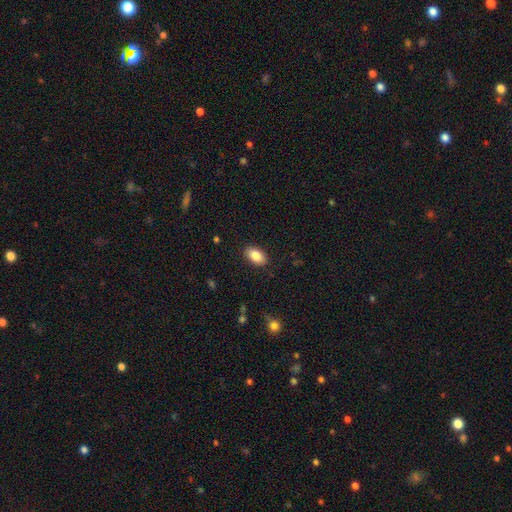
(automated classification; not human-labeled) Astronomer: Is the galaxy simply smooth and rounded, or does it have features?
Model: smooth — 86%.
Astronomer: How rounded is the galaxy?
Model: in between — 93%.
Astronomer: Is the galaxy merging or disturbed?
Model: none — 88%.